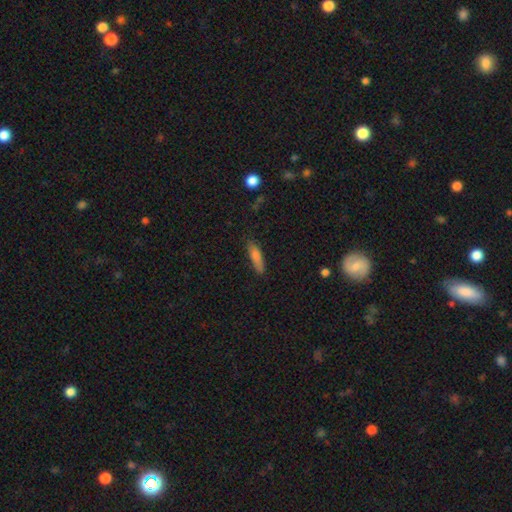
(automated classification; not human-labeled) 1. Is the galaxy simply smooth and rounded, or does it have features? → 73% smooth, 19% featured or disk, 8% star or artifact.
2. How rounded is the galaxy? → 73% cigar-shaped, 24% in between, 2% round.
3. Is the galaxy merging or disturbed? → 76% none, 18% minor disturbance, 4% major disturbance, 2% merger.